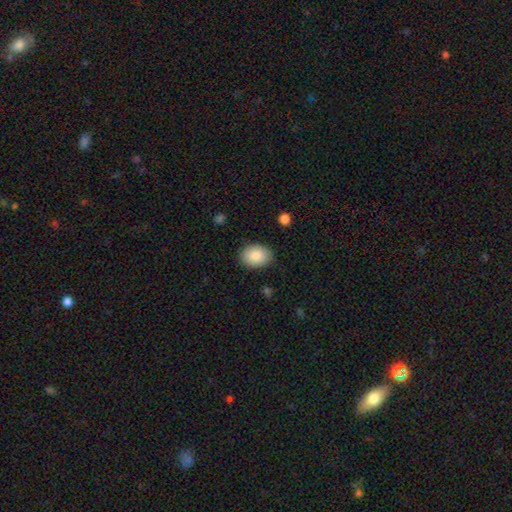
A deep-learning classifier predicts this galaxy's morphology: Smooth or featured: smooth — 87% (star or artifact — 7%)
How rounded: in between — 73% (round — 27%)
Merging: none — 86% (minor disturbance — 10%)